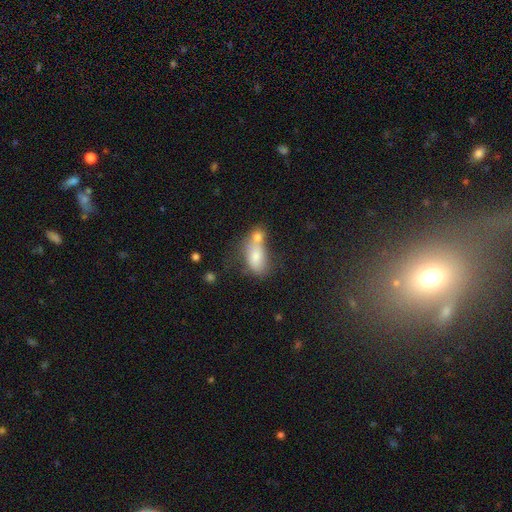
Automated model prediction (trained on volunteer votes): Smooth or featured? Predicted: smooth (p=0.74). How rounded? Predicted: in between (p=0.86). Merging? Predicted: merger (p=0.58).